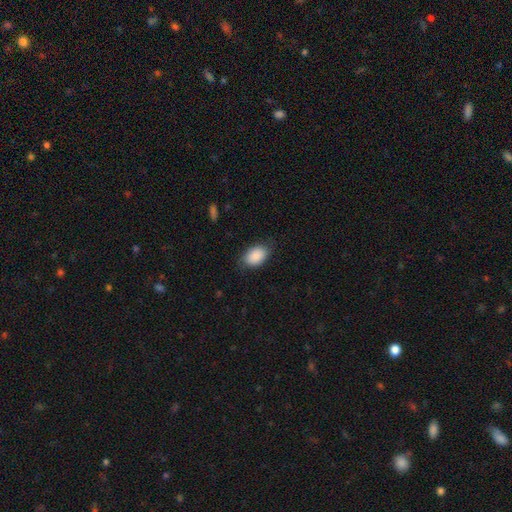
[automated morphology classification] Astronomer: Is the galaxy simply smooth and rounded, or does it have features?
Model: smooth — 89%.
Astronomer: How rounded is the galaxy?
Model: in between — 89%.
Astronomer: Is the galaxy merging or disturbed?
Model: none — 79%.